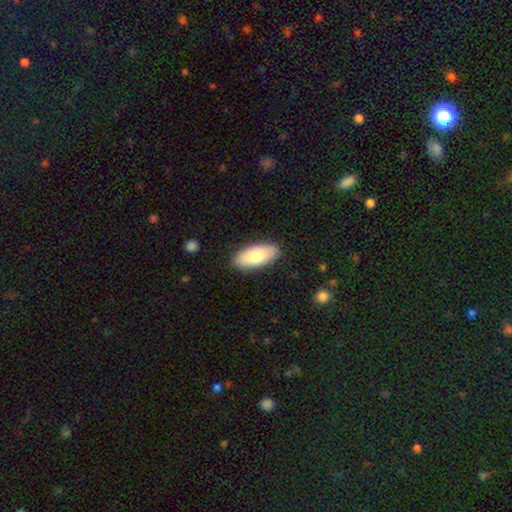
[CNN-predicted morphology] Smooth or featured: smooth — 81% (featured or disk — 13%)
How rounded: in between — 88% (cigar-shaped — 10%)
Merging: none — 87% (minor disturbance — 9%)